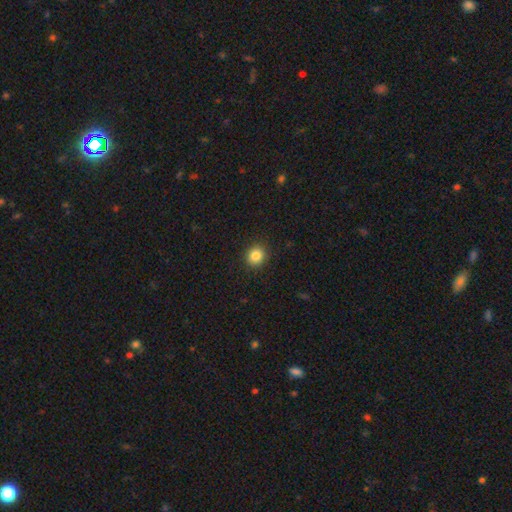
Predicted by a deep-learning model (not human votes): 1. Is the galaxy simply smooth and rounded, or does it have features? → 85% smooth, 10% star or artifact, 5% featured or disk.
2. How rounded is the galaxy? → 83% round, 16% in between, 1% cigar-shaped.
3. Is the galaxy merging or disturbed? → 91% none, 6% minor disturbance, 2% major disturbance, 1% merger.